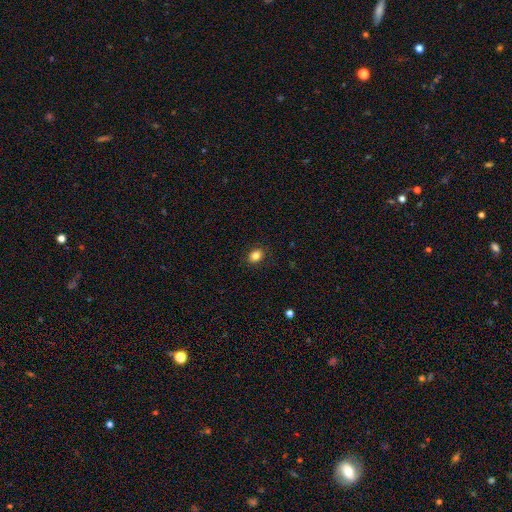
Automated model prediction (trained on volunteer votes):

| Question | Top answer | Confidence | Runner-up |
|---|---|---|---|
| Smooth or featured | smooth | 84% | star or artifact (10%) |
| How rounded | in between | 56% | round (43%) |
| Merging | none | 88% | minor disturbance (9%) |